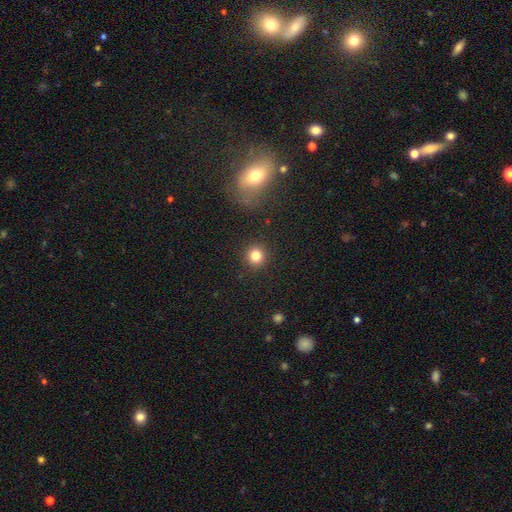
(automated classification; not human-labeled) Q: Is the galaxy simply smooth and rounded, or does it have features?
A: smooth — 81%.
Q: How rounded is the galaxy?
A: round — 93%.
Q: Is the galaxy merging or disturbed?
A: none — 91%.